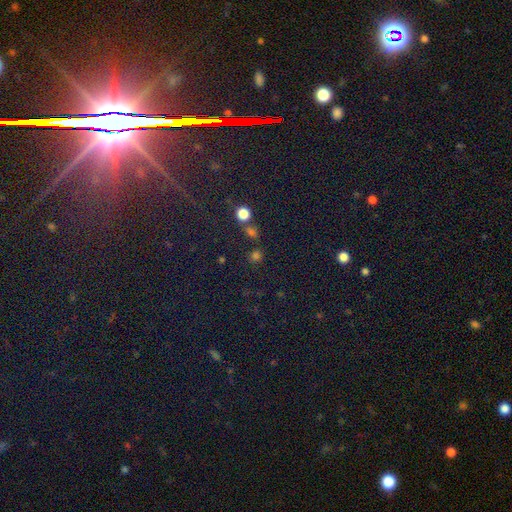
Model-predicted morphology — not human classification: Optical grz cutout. It shows a star or artifact, not a galaxy (68%).